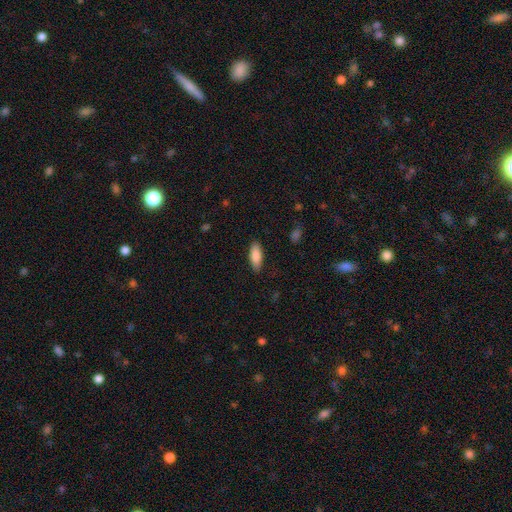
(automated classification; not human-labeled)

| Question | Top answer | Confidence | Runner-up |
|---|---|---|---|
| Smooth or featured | smooth | 85% | featured or disk (9%) |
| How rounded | in between | 68% | cigar-shaped (30%) |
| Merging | none | 87% | minor disturbance (9%) |